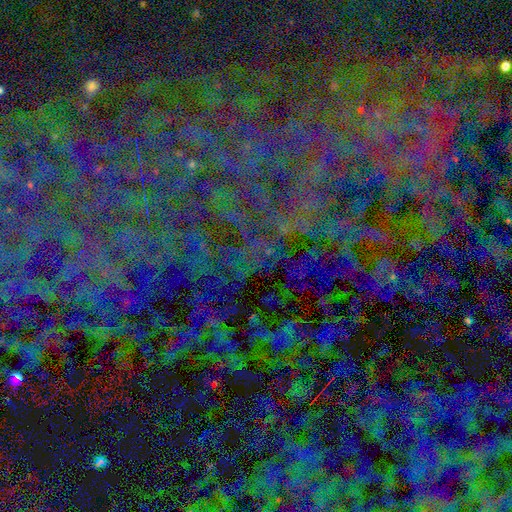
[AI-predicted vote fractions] This appears to be a star or artifact, not a galaxy (81%).